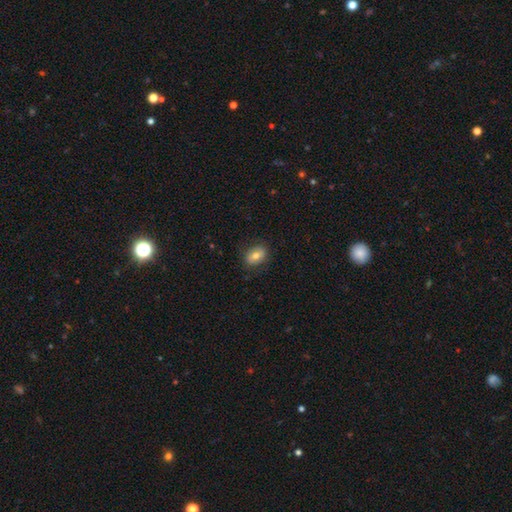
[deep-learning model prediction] smooth_or_featured: smooth (p=0.73) [alt: featured or disk p=0.19]
how_rounded: in between (p=0.73) [alt: round p=0.25]
merging: none (p=0.83) [alt: minor disturbance p=0.12]